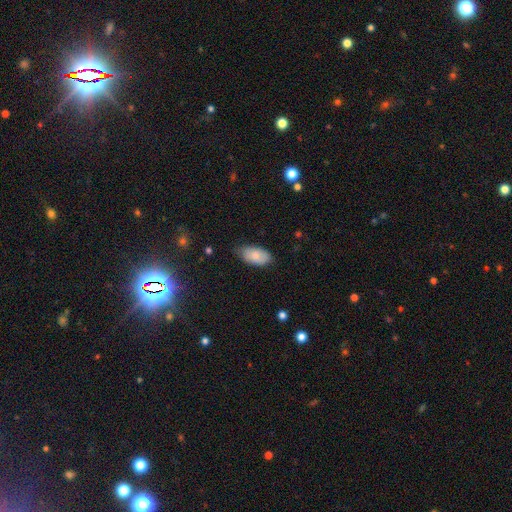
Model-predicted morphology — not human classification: Smooth or featured? Predicted: smooth (p=0.82). How rounded? Predicted: in between (p=0.94). Merging? Predicted: none (p=0.66).